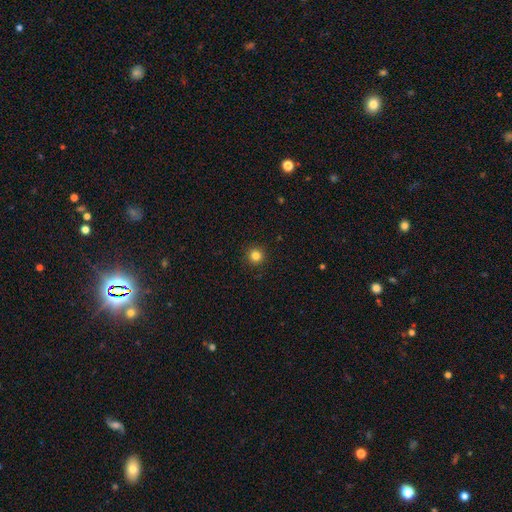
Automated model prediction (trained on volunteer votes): smooth-or-featured: smooth: 83% | star or artifact: 13% | featured or disk: 5%
  how-rounded: round: 96% | in between: 3% | cigar-shaped: 1%
  merging: none: 93% | minor disturbance: 5% | major disturbance: 2% | merger: 1%